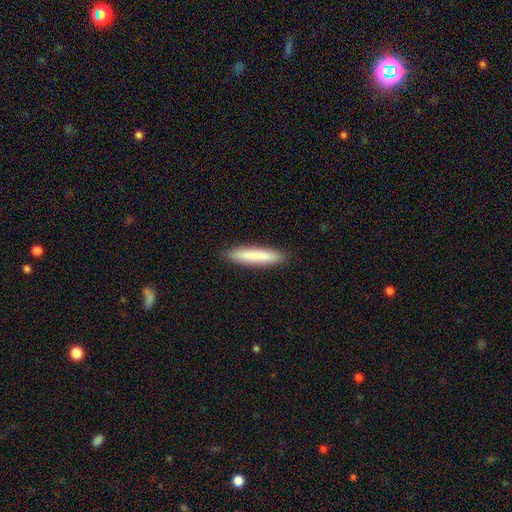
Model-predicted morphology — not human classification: smooth 83%, featured or disk 11%, star or artifact 6%. Down the decision tree: how rounded — cigar-shaped (90%); merging — none (91%).